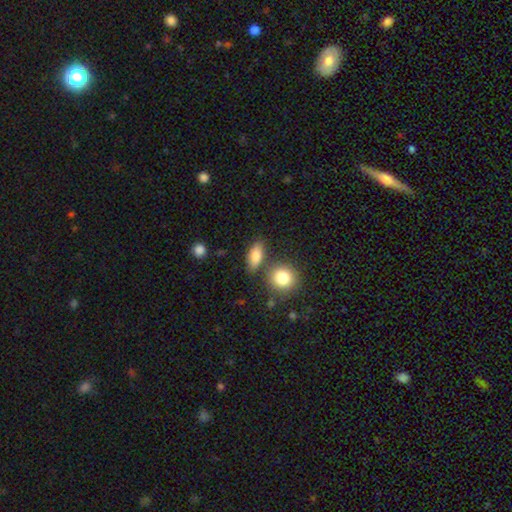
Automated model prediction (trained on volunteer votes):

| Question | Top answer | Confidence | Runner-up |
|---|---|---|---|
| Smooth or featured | smooth | 82% | featured or disk (10%) |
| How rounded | in between | 78% | round (12%) |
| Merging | none | 72% | minor disturbance (14%) |